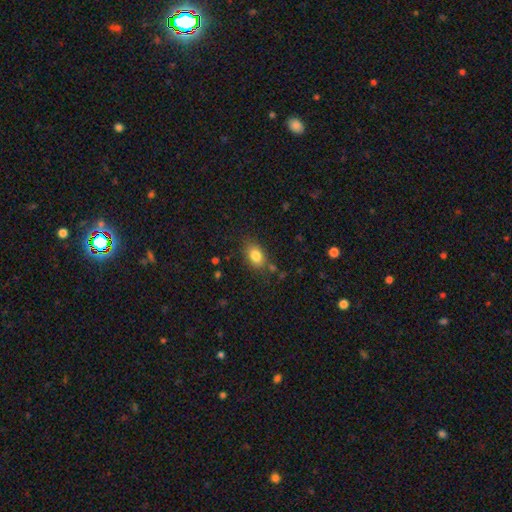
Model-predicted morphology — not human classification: This is clearly a smooth galaxy (83%). How rounded: likely in between (79%). Merging: likely none (76%).